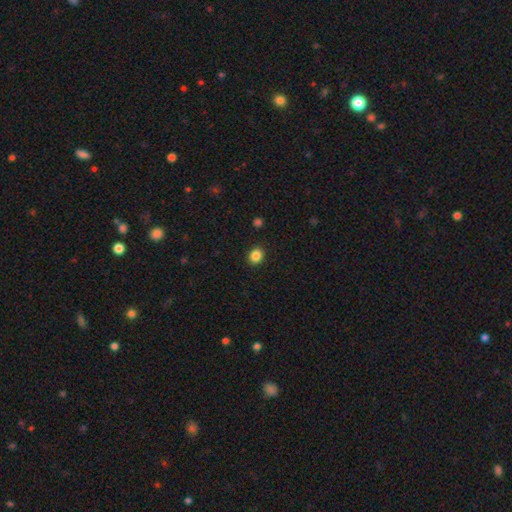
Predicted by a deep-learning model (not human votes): Smooth or featured? Predicted: smooth (p=0.86). How rounded? Predicted: round (p=0.72). Merging? Predicted: none (p=0.91).